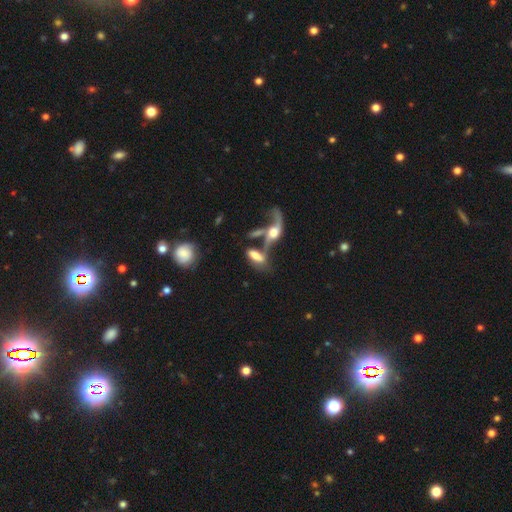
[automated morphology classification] Smooth or featured? smooth (49%)
Merging? merger (53%)